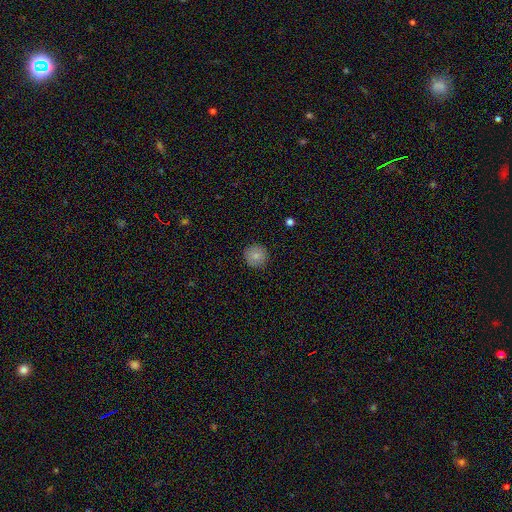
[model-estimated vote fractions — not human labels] Smooth or featured?
  - smooth: 83% *
  - star or artifact: 9%
  - featured or disk: 9%
How rounded?
  - round: 95% *
  - in between: 4%
  - cigar-shaped: 1%
Merging?
  - none: 91% *
  - minor disturbance: 6%
  - major disturbance: 2%
  - merger: 1%